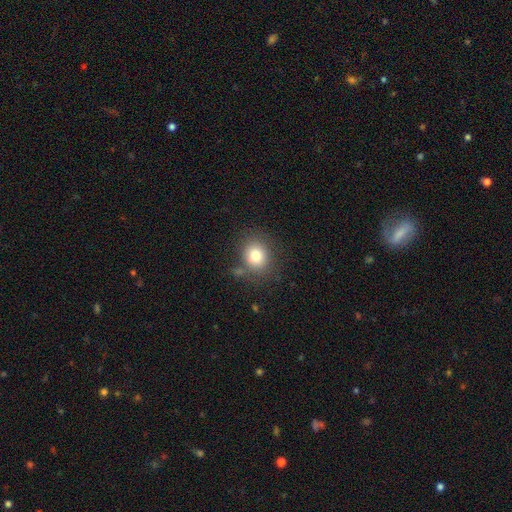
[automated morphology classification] The model was most divided on "how rounded": round: 72%, in between: 27%, cigar-shaped: 1%. More confident: smooth or featured — smooth (79%); merging — none (73%).